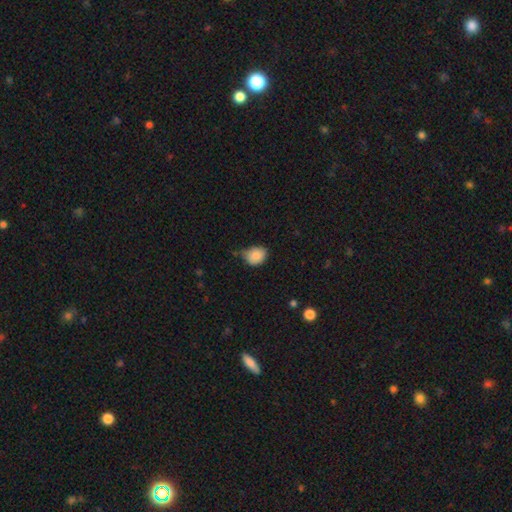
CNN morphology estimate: smooth_or_featured: smooth (p=0.86) [alt: star or artifact p=0.09]
how_rounded: round (p=0.54) [alt: in between p=0.45]
merging: none (p=0.48) [alt: minor disturbance p=0.41]